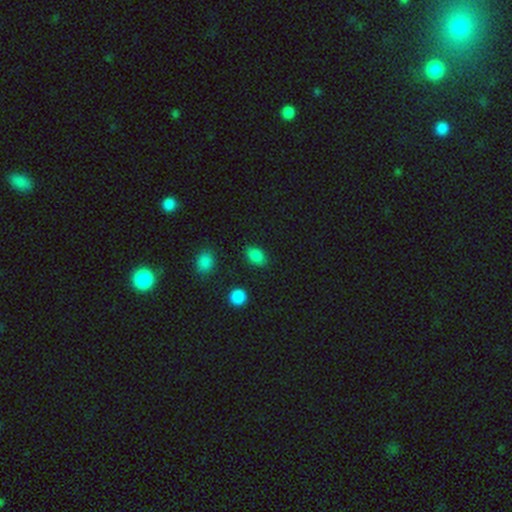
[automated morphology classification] A smooth galaxy with no disk features (85%) that is in between round and cigar-shaped (86%).

Vote fractions:
- Smooth or featured? smooth: 85% / star or artifact: 10% / featured or disk: 5%
- How rounded? in between: 86% / round: 12% / cigar-shaped: 2%
- Merging? none: 85% / minor disturbance: 10% / major disturbance: 3% / merger: 2%